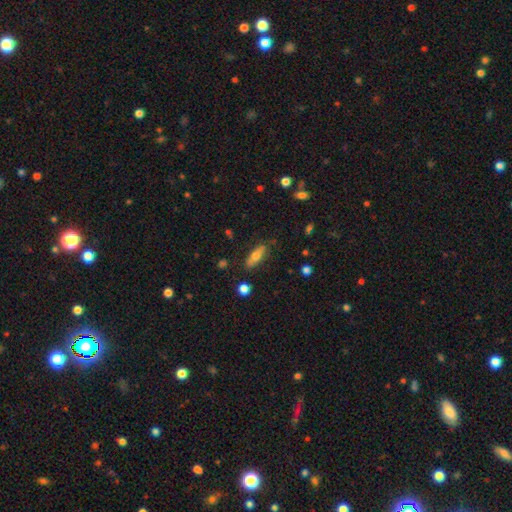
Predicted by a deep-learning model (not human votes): Overall: smooth (63%; featured or disk 30%). How rounded: in between (56%; cigar-shaped 41%). Merging: none (78%).